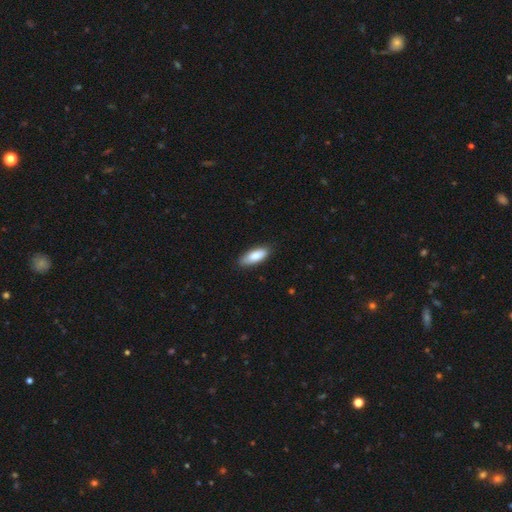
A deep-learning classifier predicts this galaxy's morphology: Overall: smooth (86%). How rounded: in between (73%). Merging: none (83%).